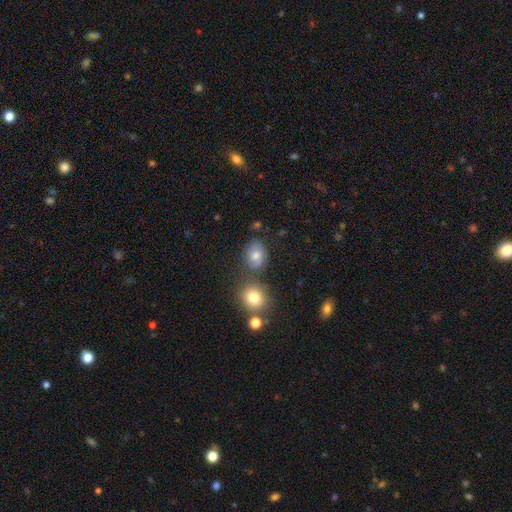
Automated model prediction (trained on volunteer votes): Morphology: type=smooth (75%); roundness=in between (53%); merging=none (70%).